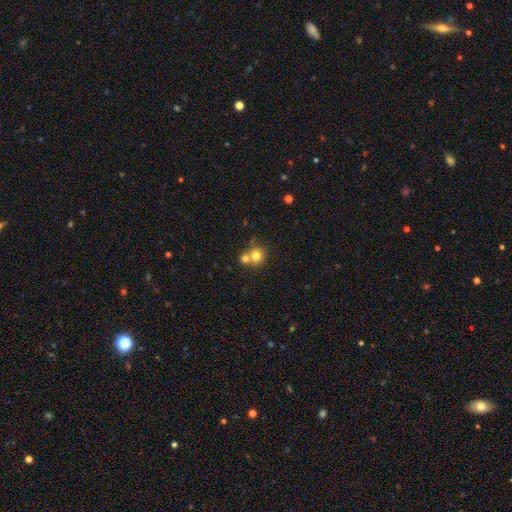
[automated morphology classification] Smooth or featured? Predicted: smooth (p=0.76). How rounded? Predicted: round (p=0.88). Merging? Predicted: merger (p=0.46).